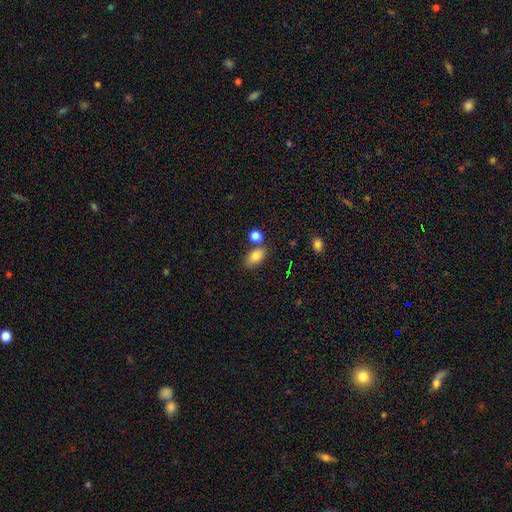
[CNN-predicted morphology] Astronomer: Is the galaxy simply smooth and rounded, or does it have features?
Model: smooth — 83%.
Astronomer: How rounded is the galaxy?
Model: in between — 87%.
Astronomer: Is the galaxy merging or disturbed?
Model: none — 65%.